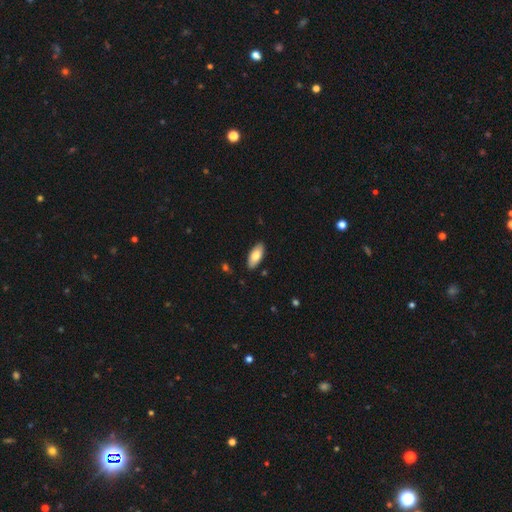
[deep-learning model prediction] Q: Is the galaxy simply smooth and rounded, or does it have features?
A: smooth — 76%.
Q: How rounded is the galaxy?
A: in between — 89%.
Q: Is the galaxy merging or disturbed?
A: none — 88%.